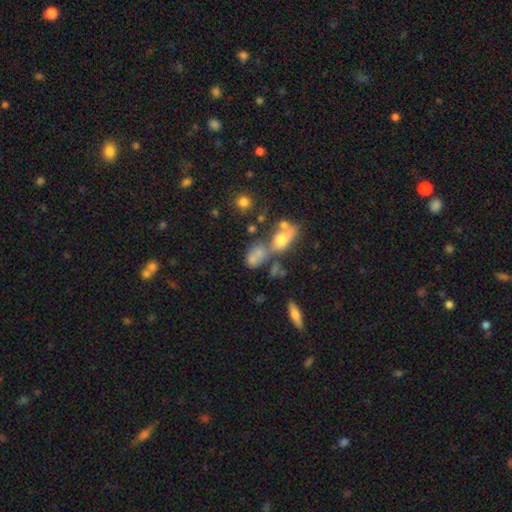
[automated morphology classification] type=smooth (68%); roundness=in between (78%); merging=merger (51%).